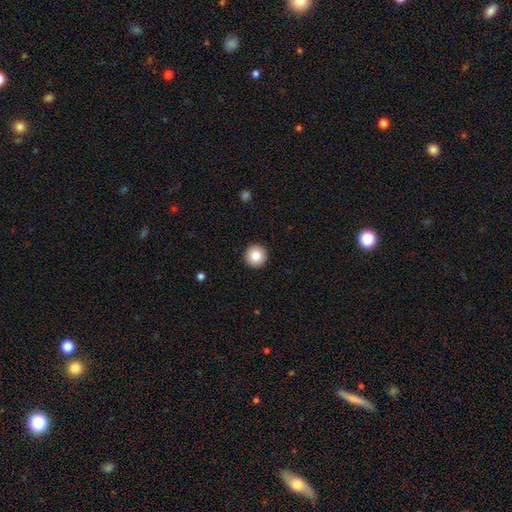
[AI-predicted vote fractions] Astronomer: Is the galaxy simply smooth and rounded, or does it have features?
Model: smooth — 84%.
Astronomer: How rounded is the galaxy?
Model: round — 96%.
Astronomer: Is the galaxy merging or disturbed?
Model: none — 94%.